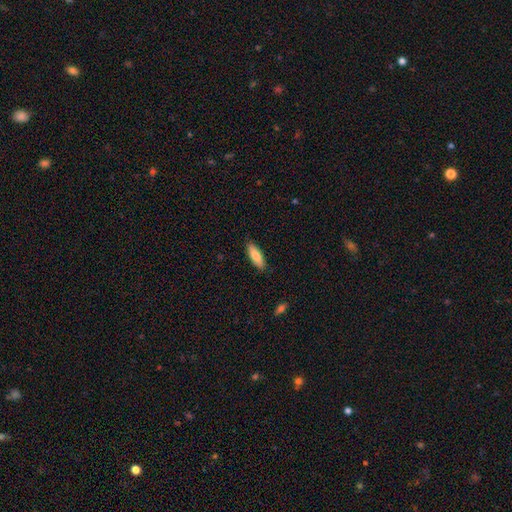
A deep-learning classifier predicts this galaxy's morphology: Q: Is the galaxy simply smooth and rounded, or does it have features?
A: smooth — 81%.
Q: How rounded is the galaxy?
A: in between — 55%.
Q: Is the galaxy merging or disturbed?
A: none — 87%.